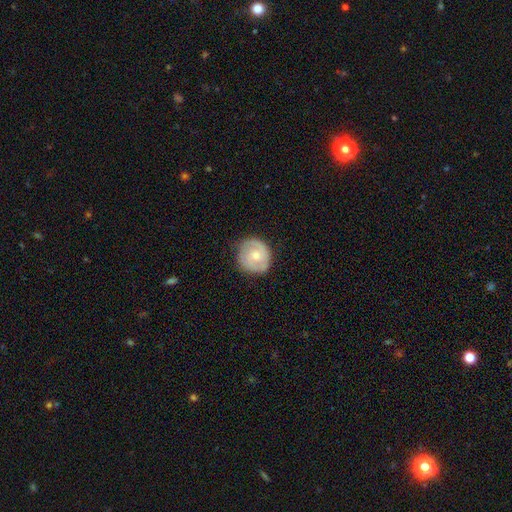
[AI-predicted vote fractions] smooth-or-featured: featured or disk: 48% | smooth: 46% | star or artifact: 6%
  merging: none: 79% | minor disturbance: 16% | major disturbance: 4% | merger: 1%